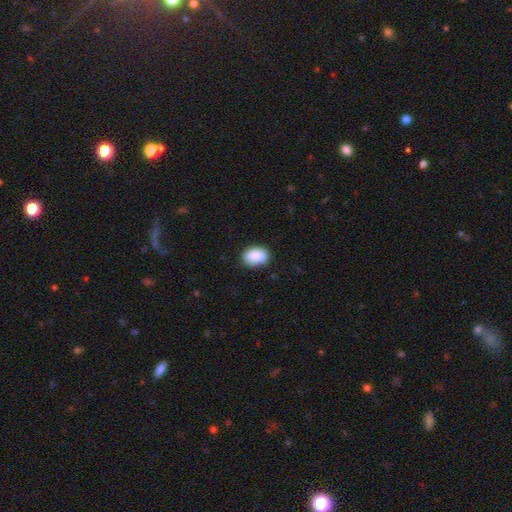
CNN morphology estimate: smooth 87%, star or artifact 7%, featured or disk 6%. Down the decision tree: how rounded — in between (77%); merging — none (85%).